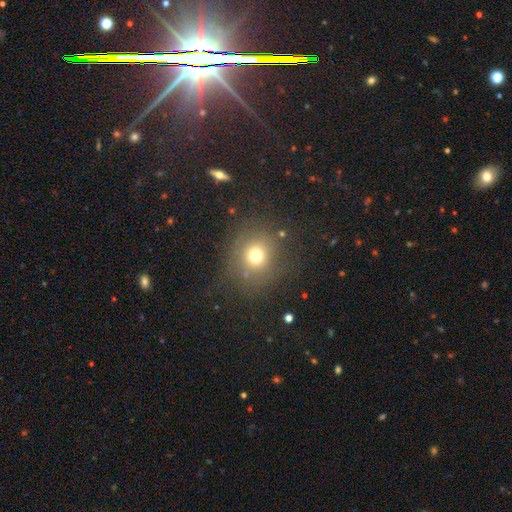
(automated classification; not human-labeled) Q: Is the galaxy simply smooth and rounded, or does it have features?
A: smooth — 70%.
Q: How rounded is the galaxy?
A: round — 85%.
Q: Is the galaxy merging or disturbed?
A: none — 75%.